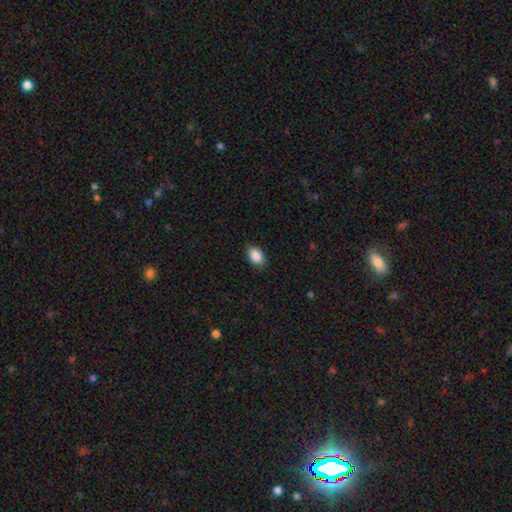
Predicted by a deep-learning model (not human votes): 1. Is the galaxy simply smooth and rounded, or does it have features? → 90% smooth, 7% star or artifact, 3% featured or disk.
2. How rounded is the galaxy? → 81% in between, 18% round, 1% cigar-shaped.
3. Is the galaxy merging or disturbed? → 86% none, 11% minor disturbance, 2% major disturbance, 1% merger.